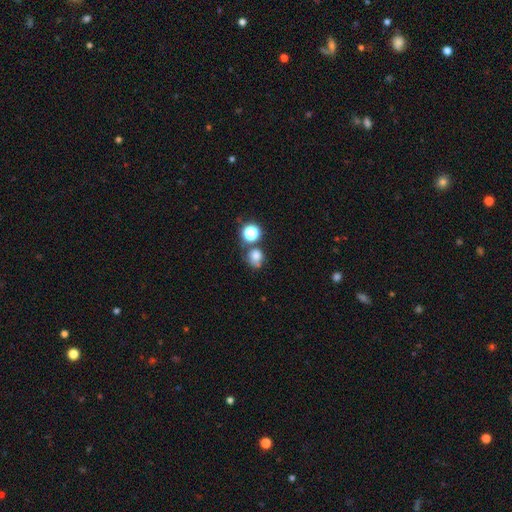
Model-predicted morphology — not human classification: type=smooth (73%); roundness=round (77%); merging=none (52%).